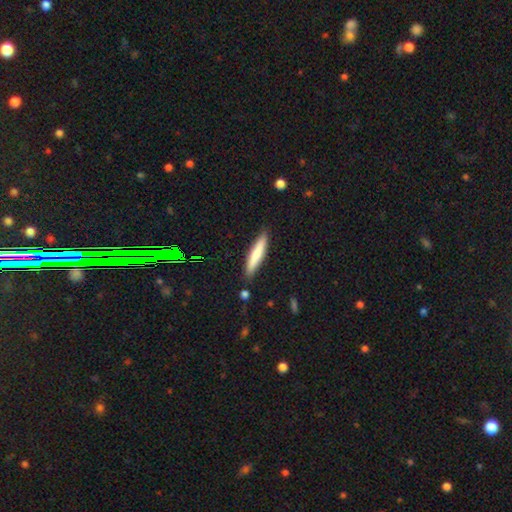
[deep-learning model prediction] Smooth or featured: smooth — 74% (featured or disk — 21%)
How rounded: cigar-shaped — 87% (in between — 11%)
Merging: none — 86% (minor disturbance — 10%)